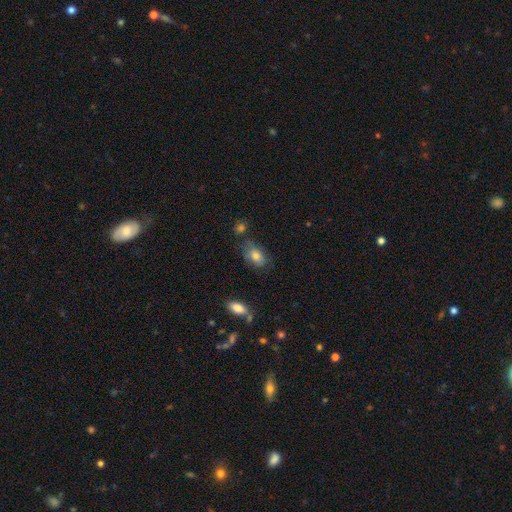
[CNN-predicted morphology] smooth-or-featured: smooth: 78% | featured or disk: 14% | star or artifact: 8%
  how-rounded: in between: 89% | round: 8% | cigar-shaped: 3%
  merging: none: 59% | minor disturbance: 27% | major disturbance: 8% | merger: 6%